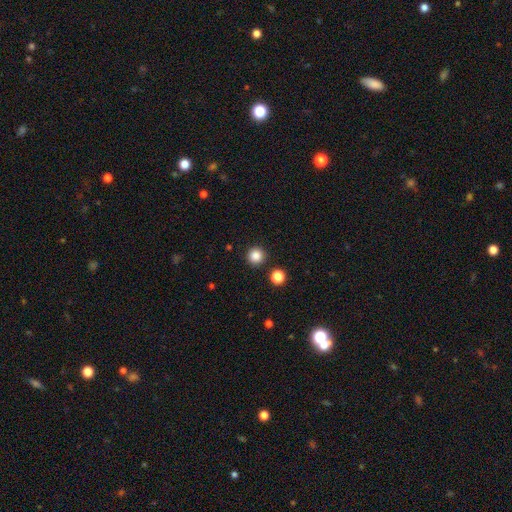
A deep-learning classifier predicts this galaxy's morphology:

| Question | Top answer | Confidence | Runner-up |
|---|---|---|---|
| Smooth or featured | smooth | 86% | star or artifact (11%) |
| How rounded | round | 95% | in between (4%) |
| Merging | none | 91% | minor disturbance (5%) |